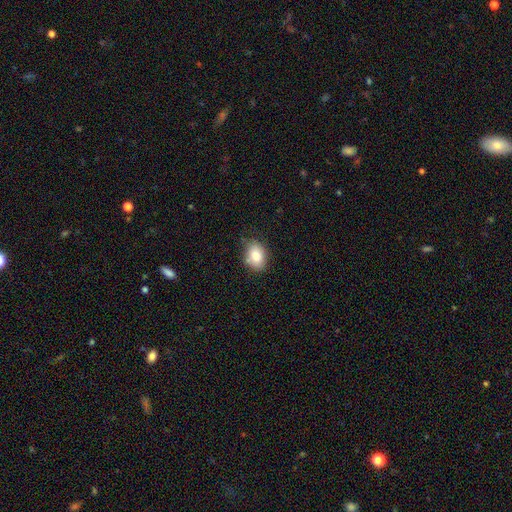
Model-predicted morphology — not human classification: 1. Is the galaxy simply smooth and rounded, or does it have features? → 83% smooth, 9% featured or disk, 8% star or artifact.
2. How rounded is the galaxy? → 77% in between, 22% round, 1% cigar-shaped.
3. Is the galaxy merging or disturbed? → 70% none, 23% minor disturbance, 4% major disturbance, 3% merger.